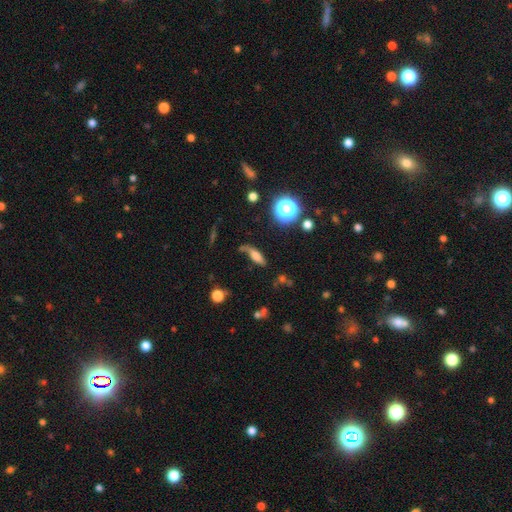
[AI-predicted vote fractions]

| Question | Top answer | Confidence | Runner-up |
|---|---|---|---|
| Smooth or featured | smooth | 62% | featured or disk (25%) |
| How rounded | in between | 54% | cigar-shaped (37%) |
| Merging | none | 50% | minor disturbance (25%) |